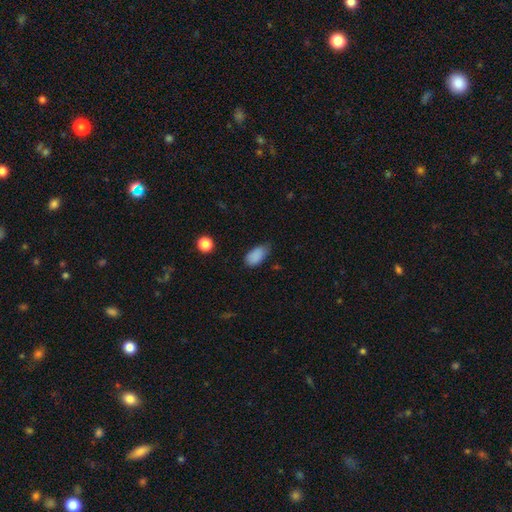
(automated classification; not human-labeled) This appears to be a smooth galaxy with no disk features (87%) that is in between round and cigar-shaped (93%). Merging: none (58%).